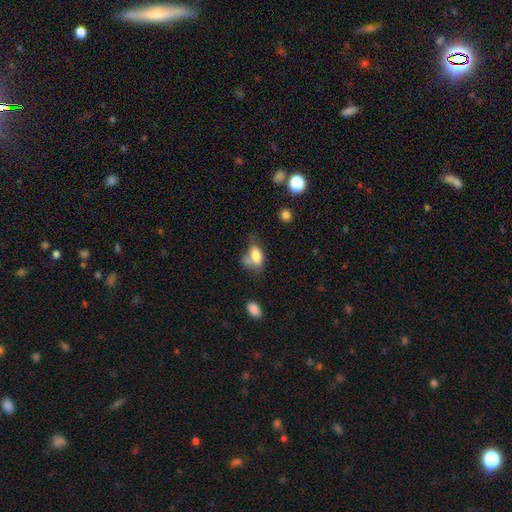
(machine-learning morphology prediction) smooth 78%, featured or disk 13%, star or artifact 9%. Down the decision tree: how rounded — in between (84%); merging — none (30%).